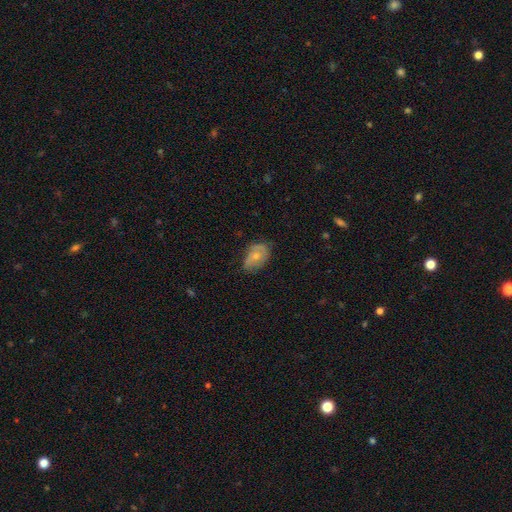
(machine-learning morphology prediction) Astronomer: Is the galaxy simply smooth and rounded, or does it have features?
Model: smooth — 48% (runner-up: featured or disk, 44%).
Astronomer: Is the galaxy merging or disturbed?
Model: none — 54% (runner-up: minor disturbance, 34%).